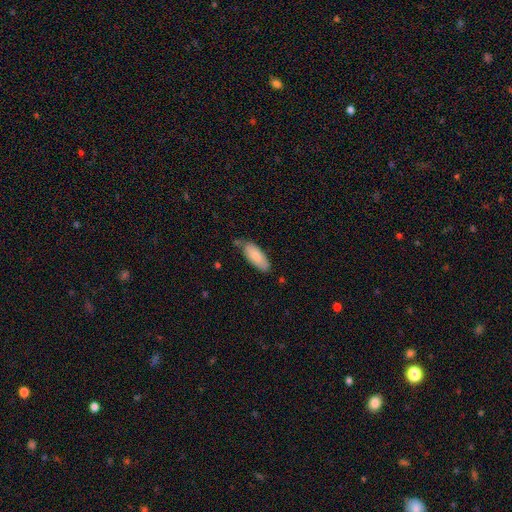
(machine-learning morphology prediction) This is clearly a smooth galaxy (84%). How rounded: likely in between (79%). Merging: likely none (67%).